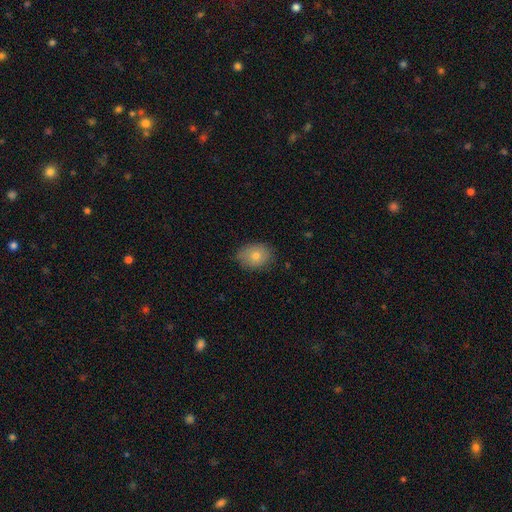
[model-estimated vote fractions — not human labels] A smooth galaxy with no disk features (77%) that is in between round and cigar-shaped (61%).

Vote fractions:
- Smooth or featured? smooth: 77% / featured or disk: 13% / star or artifact: 10%
- How rounded? in between: 61% / round: 38% / cigar-shaped: 1%
- Merging? none: 81% / minor disturbance: 15% / major disturbance: 3% / merger: 1%